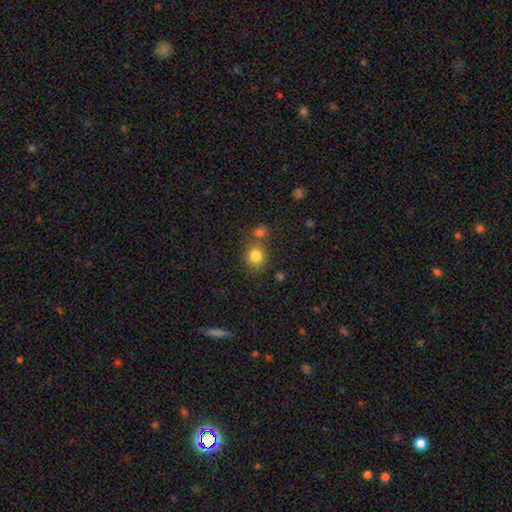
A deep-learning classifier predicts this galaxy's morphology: Q: Smooth or featured?
A: smooth (82%); runner-up: star or artifact (12%)
Q: How rounded?
A: round (77%); runner-up: in between (22%)
Q: Merging?
A: none (65%); runner-up: merger (19%)